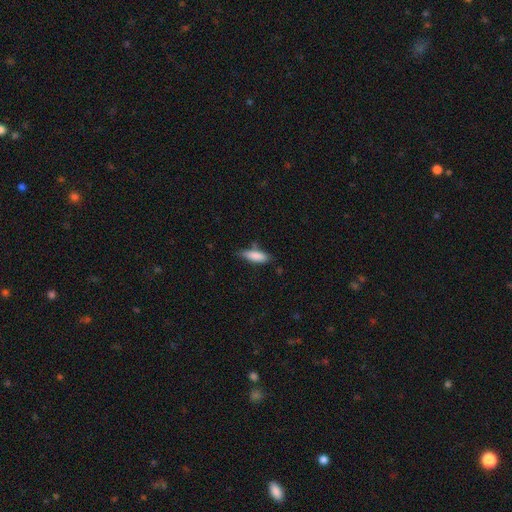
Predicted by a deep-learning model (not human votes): This appears to be a smooth galaxy with no disk features (84%) that is in between round and cigar-shaped (55%). Merging: none (64%).